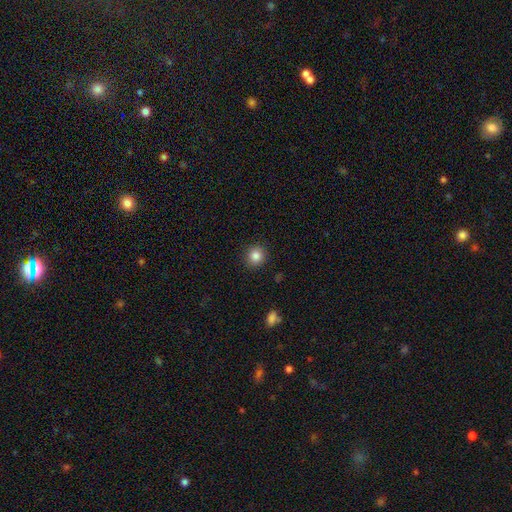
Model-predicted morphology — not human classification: The model was most divided on "smooth or featured": smooth: 84%, star or artifact: 10%, featured or disk: 5%. More confident: merging — none (90%); how rounded — round (88%).